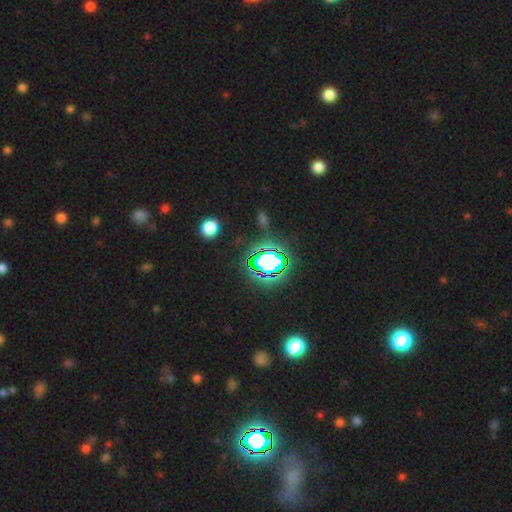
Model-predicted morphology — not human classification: Smooth or featured? star or artifact (72%)